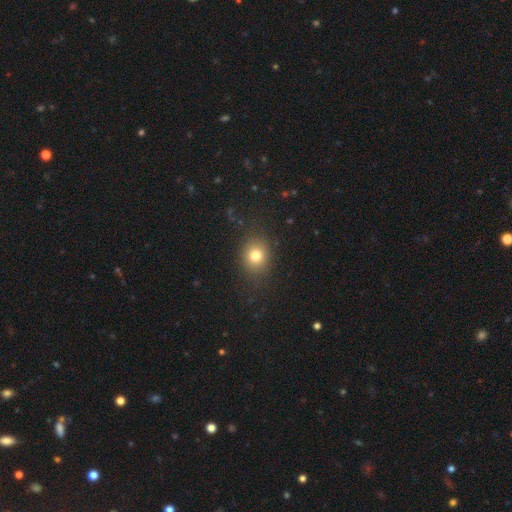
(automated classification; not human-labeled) A smooth galaxy with no disk features (78%) that is round (68%).

Vote fractions:
- Smooth or featured? smooth: 78% / star or artifact: 13% / featured or disk: 9%
- How rounded? round: 68% / in between: 31% / cigar-shaped: 1%
- Merging? none: 83% / minor disturbance: 11% / major disturbance: 5% / merger: 1%